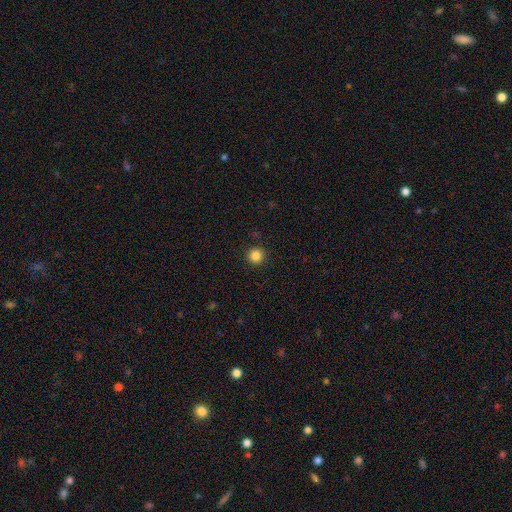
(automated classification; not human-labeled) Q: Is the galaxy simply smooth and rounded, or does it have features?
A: smooth — 85%.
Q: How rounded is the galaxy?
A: round — 96%.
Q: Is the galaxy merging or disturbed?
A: none — 92%.